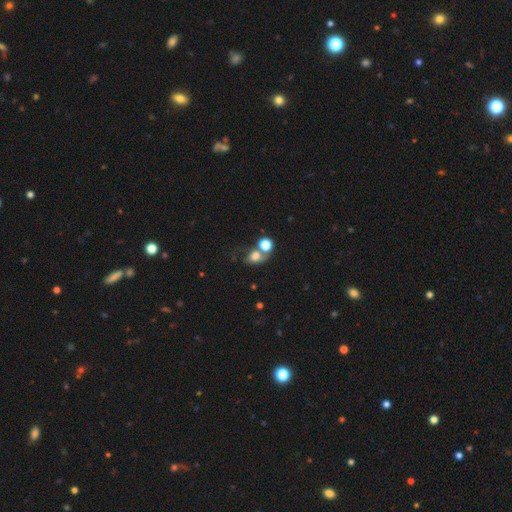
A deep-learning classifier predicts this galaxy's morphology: Overall: smooth (65%). How rounded: round (51%; in between 48%). Merging: merger (43%; none 31%).